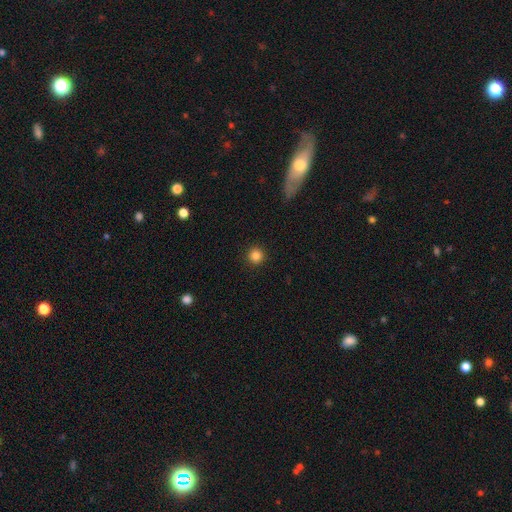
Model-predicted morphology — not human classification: type=smooth (85%); roundness=round (96%); merging=none (93%).